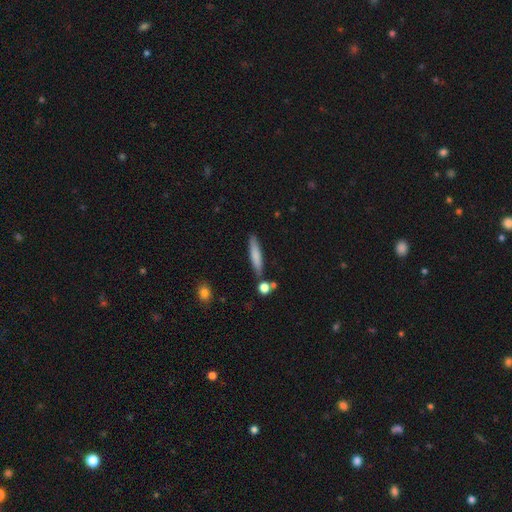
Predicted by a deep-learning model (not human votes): Smooth or featured? smooth (74%)
How rounded? cigar-shaped (89%)
Merging? none (80%)